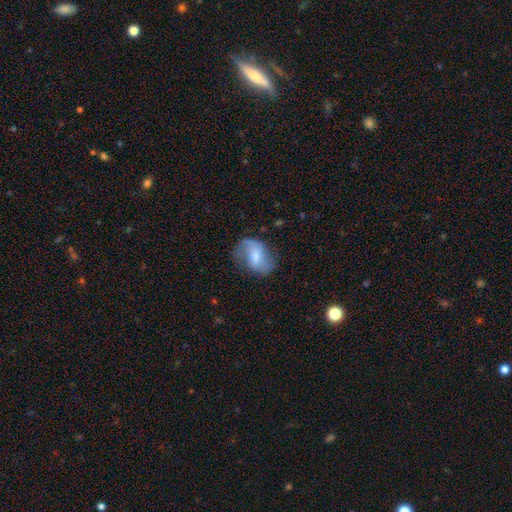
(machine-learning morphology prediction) A featured or disk galaxy (61%) with a weak bar (50%), 2 (82%) loose (49%) spiral arms (88%) and a moderate central bulge (43%).

Vote fractions:
- Smooth or featured? featured or disk: 61% / smooth: 32% / star or artifact: 7%
- Edge-on disk? no: 97% / yes: 3%
- Bar? weak: 50% / no: 34% / strong: 16%
- Spiral arms? yes: 88% / no: 12%
- Spiral winding? loose: 49% / medium: 39% / tight: 12%
- Spiral arm count? 2: 82% / 1: 9% / can't tell: 6% / 3: 1% / 4: 1% / more than 4: 1%
- Bulge size? moderate: 43% / small: 36% / large: 10% / none: 10% / dominant: 2%
- Merging? none: 63% / minor disturbance: 23% / major disturbance: 13% / merger: 2%